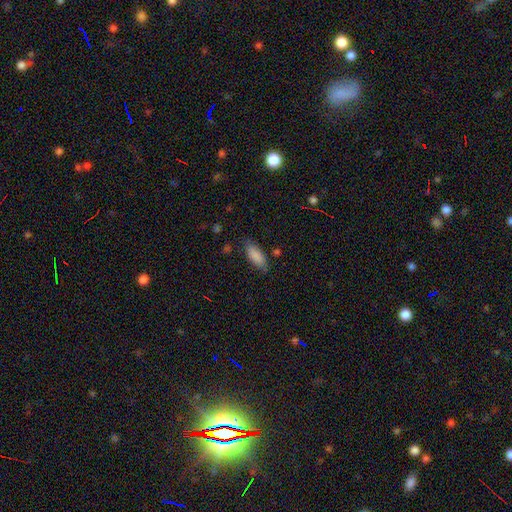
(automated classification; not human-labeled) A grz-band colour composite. It shows a smooth galaxy with no disk features (87%) that is in between round and cigar-shaped (74%). Merging: none (80%).